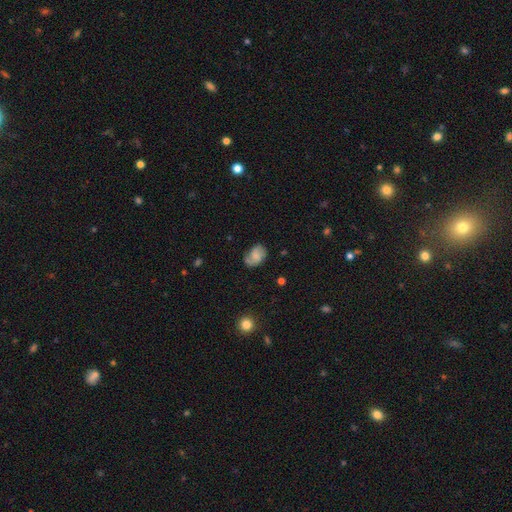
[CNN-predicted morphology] The model was most divided on "smooth or featured": smooth: 51%, featured or disk: 39%, star or artifact: 9%. More confident: how rounded — in between (76%); merging — none (60%).